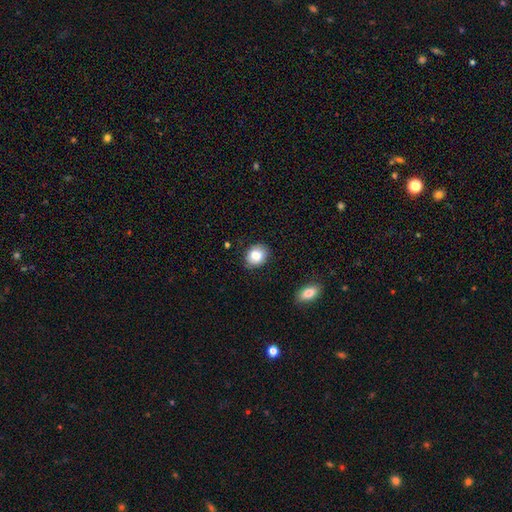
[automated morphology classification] This is clearly a smooth galaxy (83%). How rounded: possibly in between (52%). Merging: clearly none (81%).